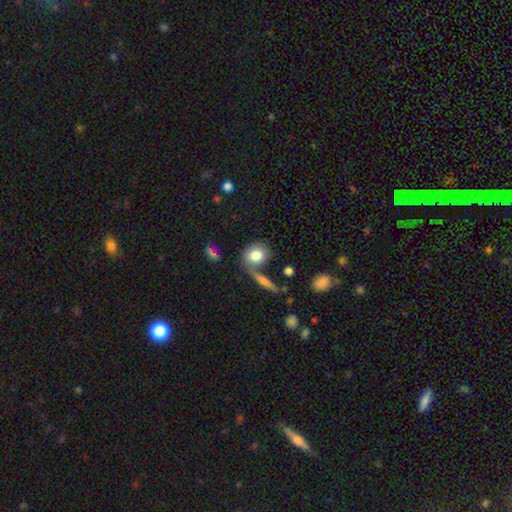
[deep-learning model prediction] smooth-or-featured: smooth: 78% | featured or disk: 15% | star or artifact: 8%
  how-rounded: round: 53% | in between: 44% | cigar-shaped: 3%
  merging: none: 55% | merger: 24% | minor disturbance: 14% | major disturbance: 7%